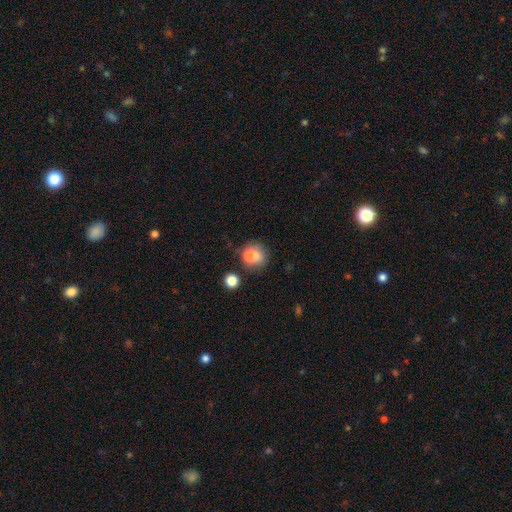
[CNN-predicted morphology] Overall: smooth (75%). How rounded: round (75%). Merging: none (56%; minor disturbance 23%).